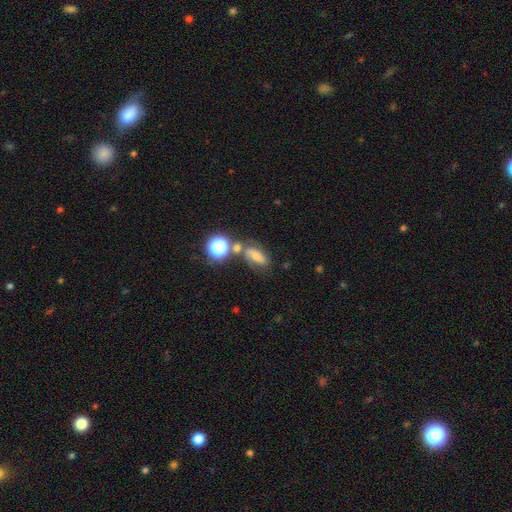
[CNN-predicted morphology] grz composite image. It shows a smooth galaxy with no disk features (38%). Merging: none (60%).